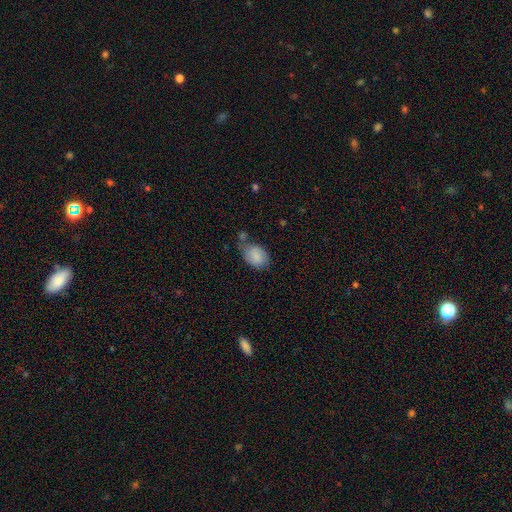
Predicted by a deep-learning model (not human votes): smooth 79%, featured or disk 13%, star or artifact 7%. Down the decision tree: how rounded — in between (77%); merging — none (50%).